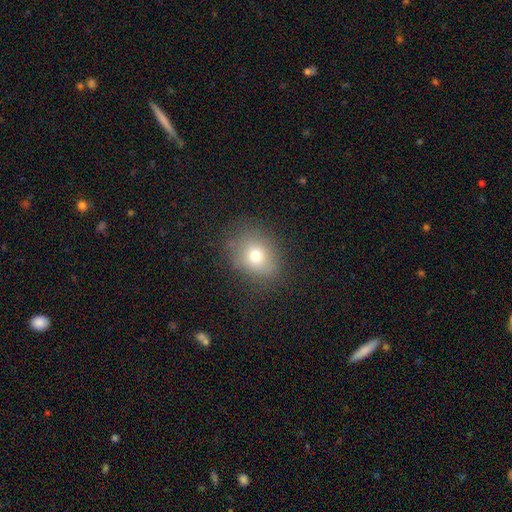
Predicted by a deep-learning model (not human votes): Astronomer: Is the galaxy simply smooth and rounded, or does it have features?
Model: smooth — 72%.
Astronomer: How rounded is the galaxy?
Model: round — 52% (runner-up: in between, 47%).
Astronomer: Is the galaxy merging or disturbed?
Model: none — 75%.